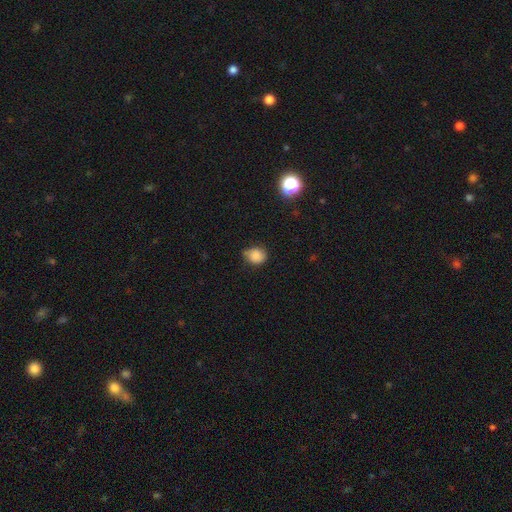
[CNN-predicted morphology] The model was most divided on "merging": none: 62%, minor disturbance: 32%, major disturbance: 5%, merger: 2%. More confident: smooth or featured — smooth (84%); how rounded — round (65%).